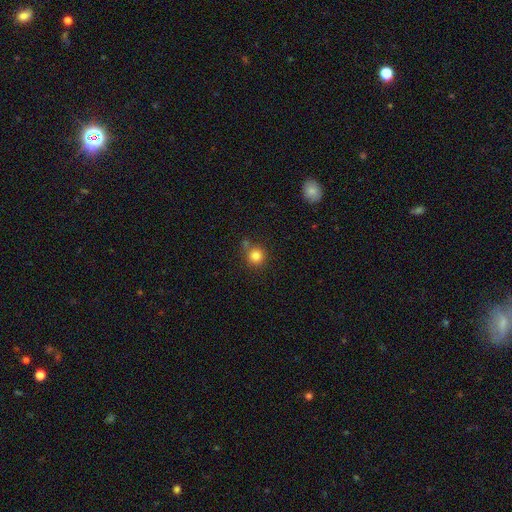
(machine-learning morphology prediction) This is clearly a smooth galaxy (82%). How rounded: clearly round (93%). Merging: likely none (72%).